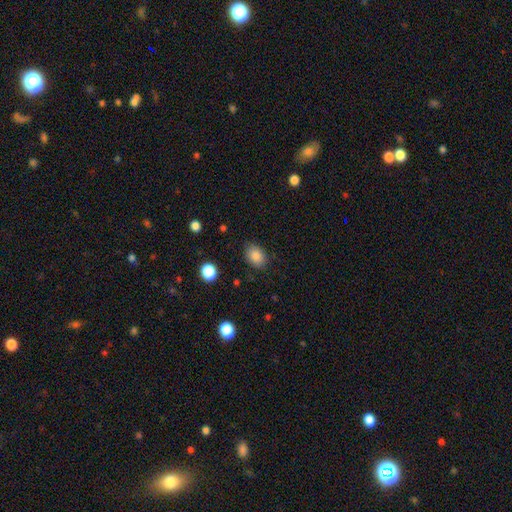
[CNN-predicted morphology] Smooth or featured? Predicted: smooth (p=0.85). How rounded? Predicted: in between (p=0.68). Merging? Predicted: none (p=0.83).